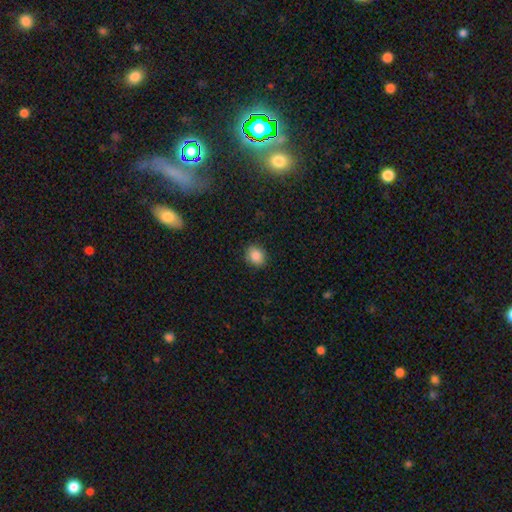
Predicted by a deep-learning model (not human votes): Smooth or featured? Predicted: smooth (p=0.86). How rounded? Predicted: round (p=0.66). Merging? Predicted: none (p=0.89).